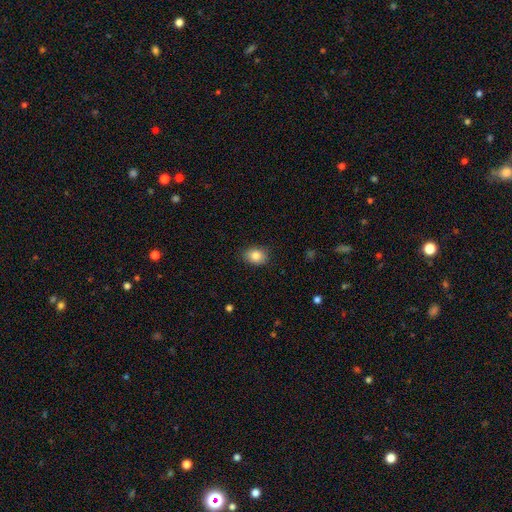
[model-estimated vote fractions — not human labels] The model was most divided on "how rounded": in between: 64%, round: 35%, cigar-shaped: 1%. More confident: merging — none (85%); smooth or featured — smooth (85%).